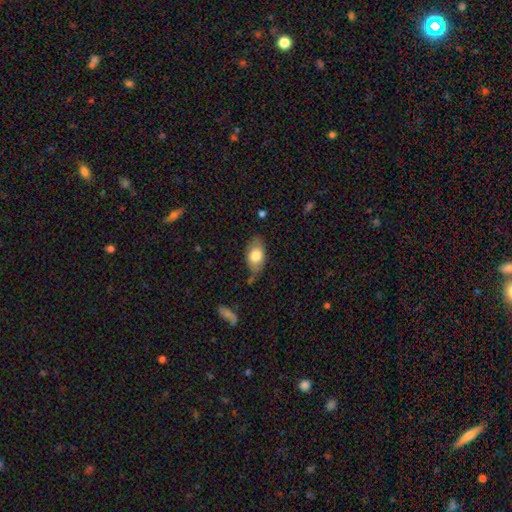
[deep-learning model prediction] Smooth or featured? Predicted: smooth (p=0.75). How rounded? Predicted: in between (p=0.91). Merging? Predicted: none (p=0.74).